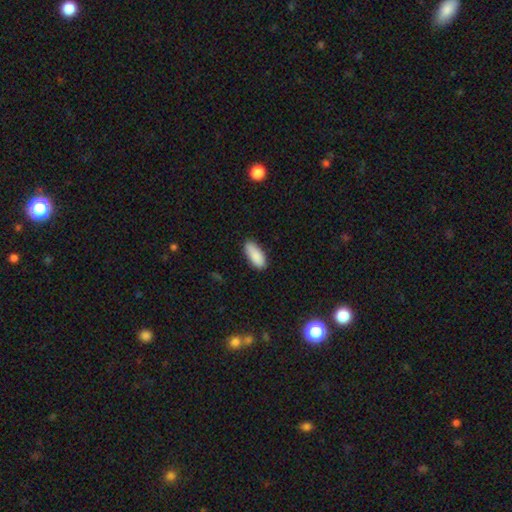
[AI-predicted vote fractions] Morphology: type=smooth (89%); roundness=in between (84%); merging=none (83%).